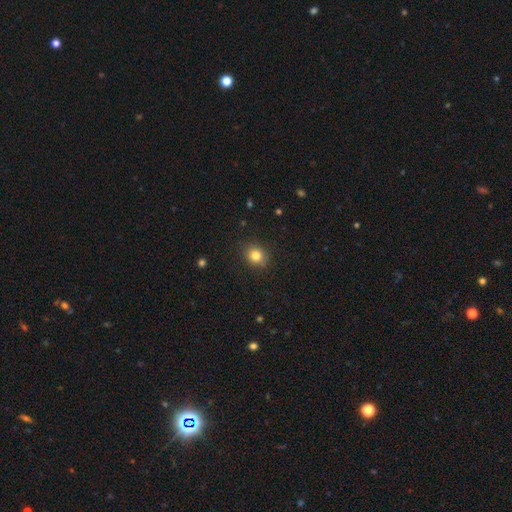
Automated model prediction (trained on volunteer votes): Q: Smooth or featured?
A: smooth (81%); runner-up: star or artifact (12%)
Q: How rounded?
A: round (74%); runner-up: in between (25%)
Q: Merging?
A: none (89%); runner-up: minor disturbance (8%)